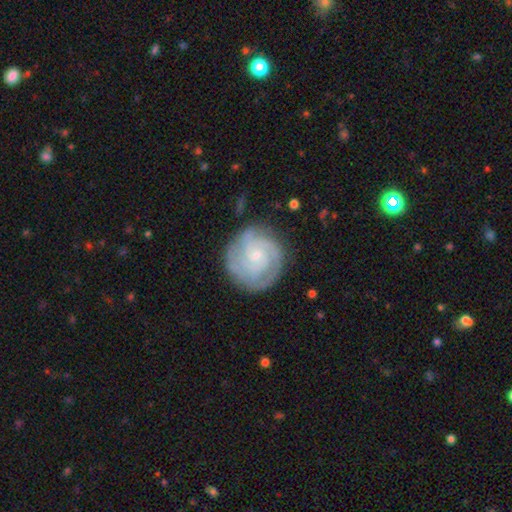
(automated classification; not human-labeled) Smooth or featured? featured or disk (82%)
Edge-on disk? no (98%)
Bar? no (74%)
Spiral arms? yes (96%)
Spiral winding? tight (72%)
Spiral arm count? 3 (33%)
Bulge size? small (79%)
Merging? none (79%)